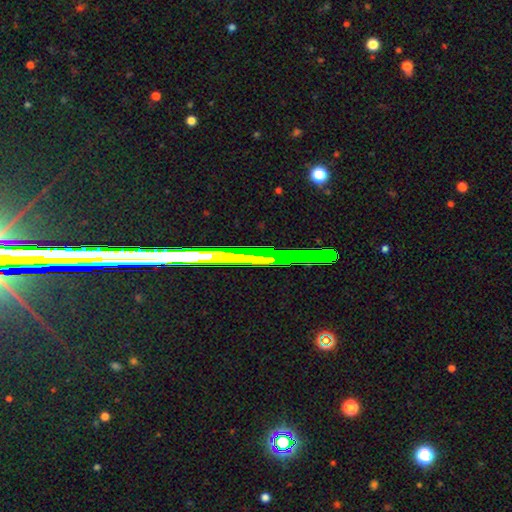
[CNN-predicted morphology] Smooth or featured: star or artifact — 57% (featured or disk — 29%)